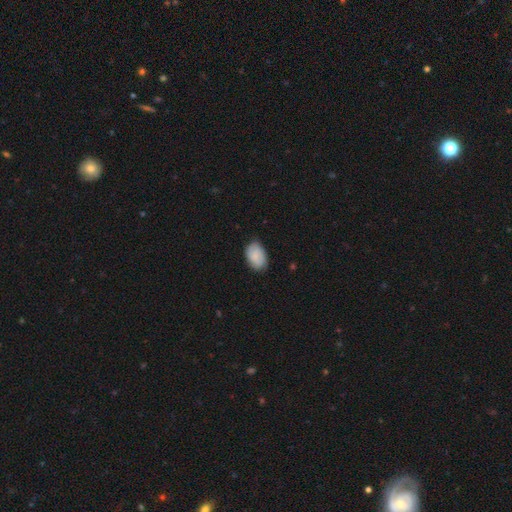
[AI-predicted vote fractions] Smooth or featured? Predicted: smooth (p=0.79). How rounded? Predicted: in between (p=0.87). Merging? Predicted: none (p=0.76).